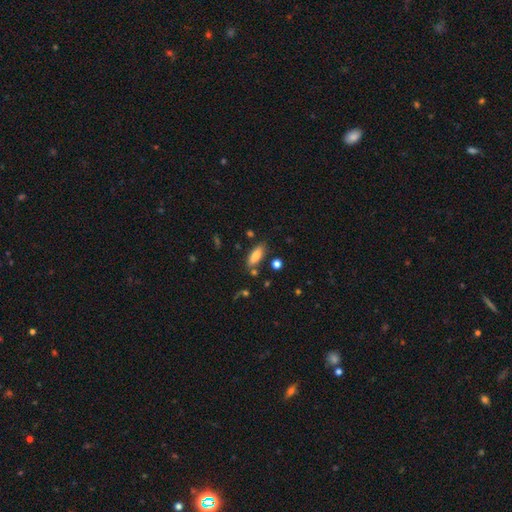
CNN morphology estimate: Smooth or featured? Predicted: smooth (p=0.79). How rounded? Predicted: in between (p=0.66). Merging? Predicted: none (p=0.79).